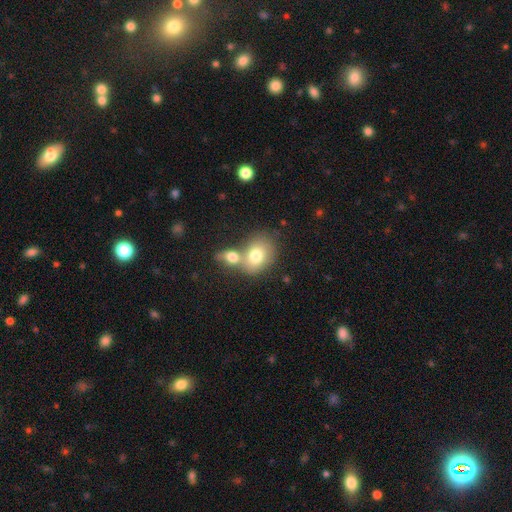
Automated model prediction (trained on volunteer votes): A smooth galaxy with no disk features (74%) that is in between round and cigar-shaped (56%). Merging: merger (53%).